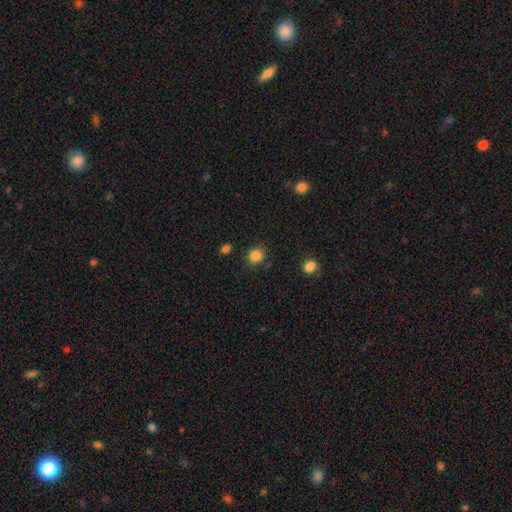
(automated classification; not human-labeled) Smooth or featured: smooth — 85% (star or artifact — 11%)
How rounded: round — 86% (in between — 13%)
Merging: none — 85% (minor disturbance — 9%)